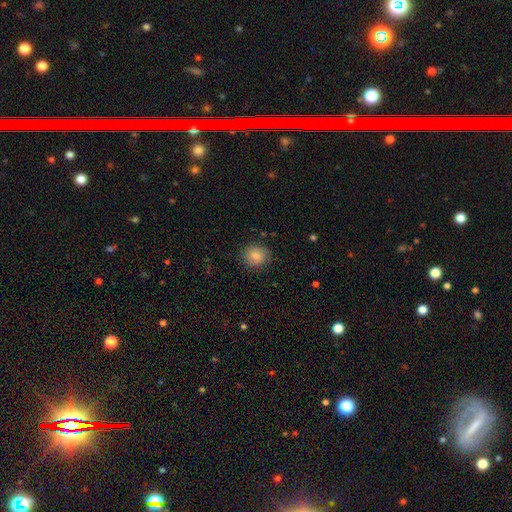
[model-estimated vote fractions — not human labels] smooth-or-featured: smooth: 77% | featured or disk: 12% | star or artifact: 11%
  how-rounded: round: 85% | in between: 14% | cigar-shaped: 1%
  merging: none: 85% | minor disturbance: 11% | major disturbance: 3% | merger: 1%